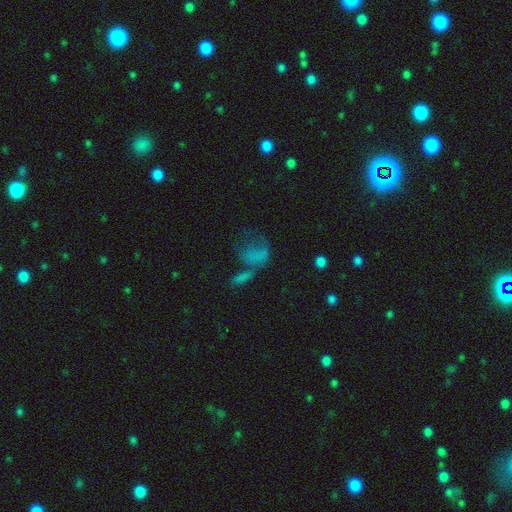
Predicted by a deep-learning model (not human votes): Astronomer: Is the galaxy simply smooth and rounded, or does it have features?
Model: smooth — 59%.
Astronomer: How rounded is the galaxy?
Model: in between — 61%.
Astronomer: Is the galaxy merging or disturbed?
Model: major disturbance — 31% (runner-up: merger, 30%).